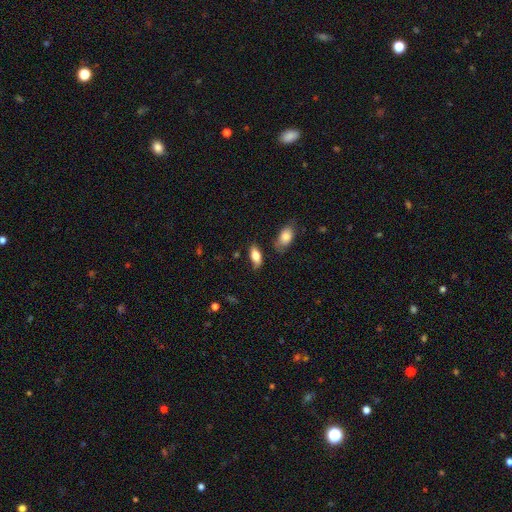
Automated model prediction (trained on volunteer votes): smooth-or-featured: smooth: 78% | featured or disk: 15% | star or artifact: 7%
  how-rounded: in between: 88% | cigar-shaped: 9% | round: 3%
  merging: none: 69% | minor disturbance: 21% | major disturbance: 5% | merger: 5%